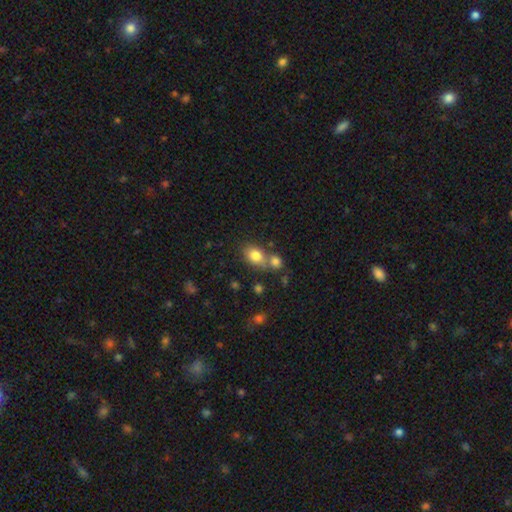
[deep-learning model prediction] Smooth or featured?
  - smooth: 81% *
  - star or artifact: 10%
  - featured or disk: 9%
How rounded?
  - in between: 69% *
  - round: 29%
  - cigar-shaped: 2%
Merging?
  - none: 47% *
  - merger: 37%
  - minor disturbance: 12%
  - major disturbance: 4%